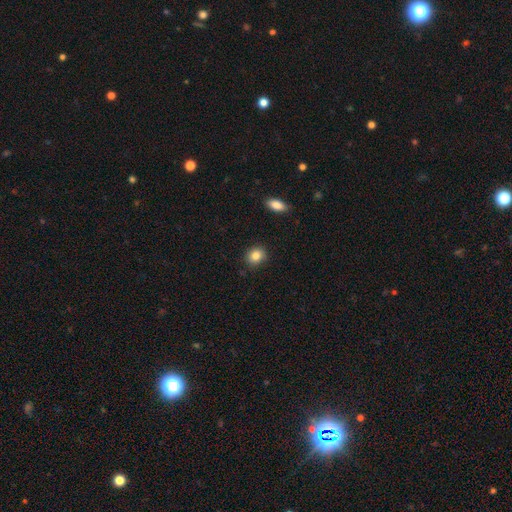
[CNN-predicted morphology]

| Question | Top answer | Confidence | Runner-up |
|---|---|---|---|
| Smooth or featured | smooth | 85% | star or artifact (9%) |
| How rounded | round | 69% | in between (30%) |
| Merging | none | 88% | minor disturbance (8%) |